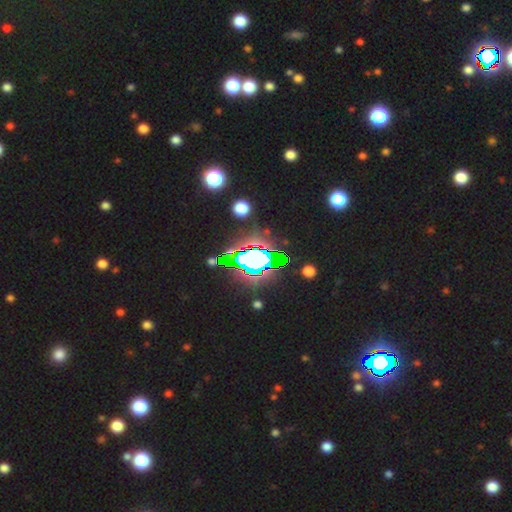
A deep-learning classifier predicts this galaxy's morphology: This is clearly a star or artifact rather than a galaxy (80%).